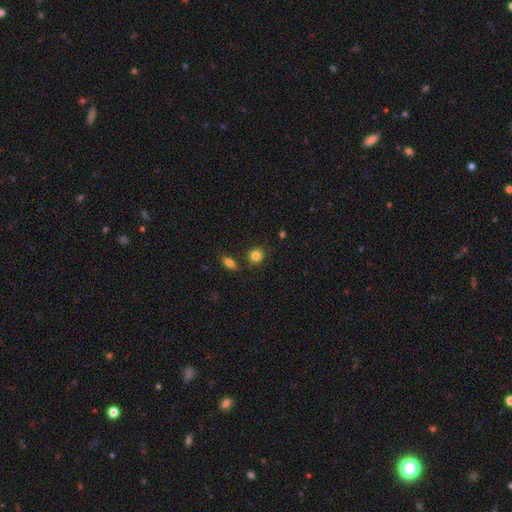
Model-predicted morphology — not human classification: smooth-or-featured: smooth: 84% | star or artifact: 10% | featured or disk: 6%
  how-rounded: round: 84% | in between: 15% | cigar-shaped: 1%
  merging: none: 81% | minor disturbance: 9% | merger: 7% | major disturbance: 3%